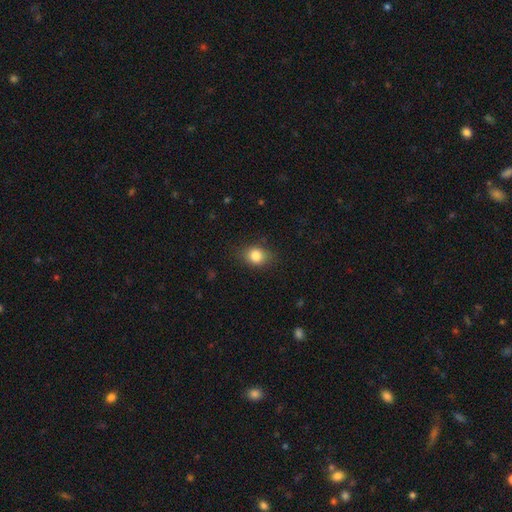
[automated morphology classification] smooth_or_featured: smooth (p=0.82) [alt: star or artifact p=0.10]
how_rounded: in between (p=0.52) [alt: round p=0.47]
merging: none (p=0.82) [alt: minor disturbance p=0.14]